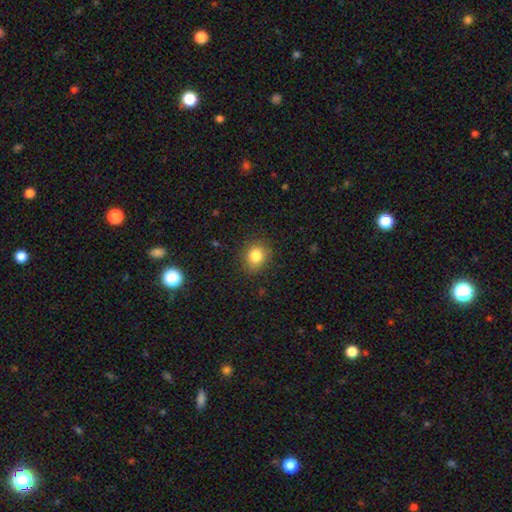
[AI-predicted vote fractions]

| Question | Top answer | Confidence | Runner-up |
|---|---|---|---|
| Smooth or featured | smooth | 82% | star or artifact (12%) |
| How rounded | round | 75% | in between (24%) |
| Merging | none | 87% | minor disturbance (9%) |